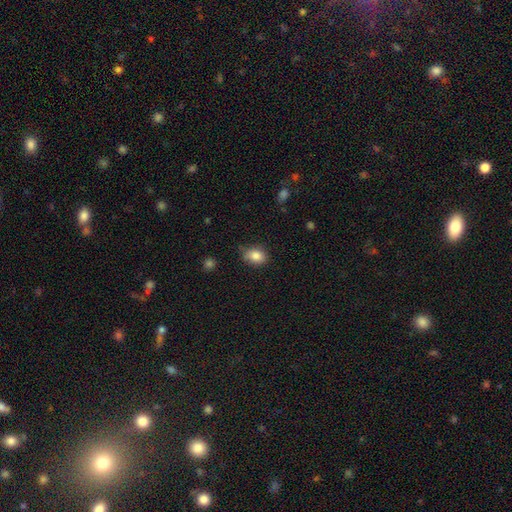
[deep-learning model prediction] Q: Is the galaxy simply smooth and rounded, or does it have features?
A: smooth — 84%.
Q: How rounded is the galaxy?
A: in between — 63%.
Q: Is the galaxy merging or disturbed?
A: none — 69%.